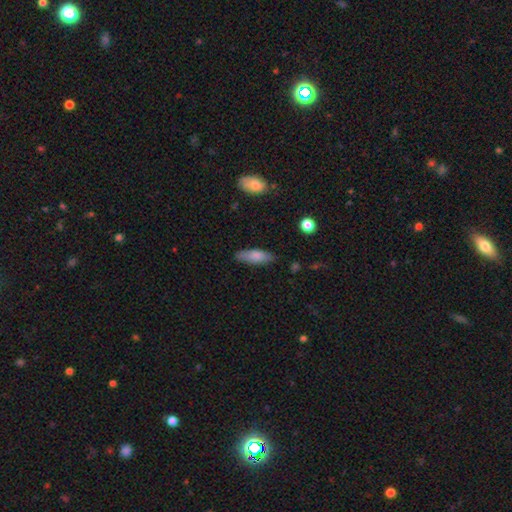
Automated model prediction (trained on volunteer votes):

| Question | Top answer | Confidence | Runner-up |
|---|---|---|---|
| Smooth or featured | smooth | 77% | featured or disk (17%) |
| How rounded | in between | 55% | cigar-shaped (43%) |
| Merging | none | 83% | minor disturbance (13%) |